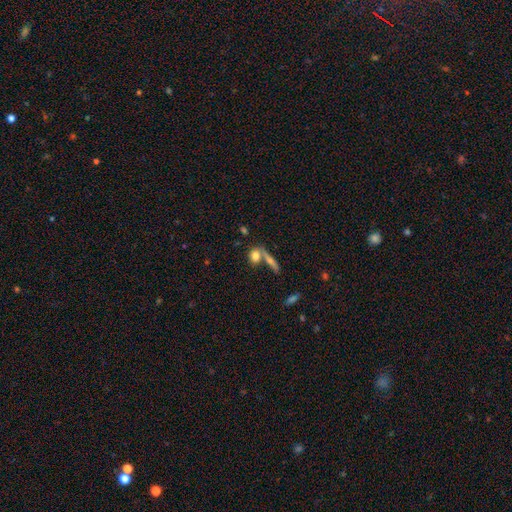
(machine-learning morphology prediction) smooth_or_featured: smooth (p=0.75) [alt: featured or disk p=0.16]
how_rounded: in between (p=0.48) [alt: round p=0.39]
merging: none (p=0.46) [alt: merger p=0.39]